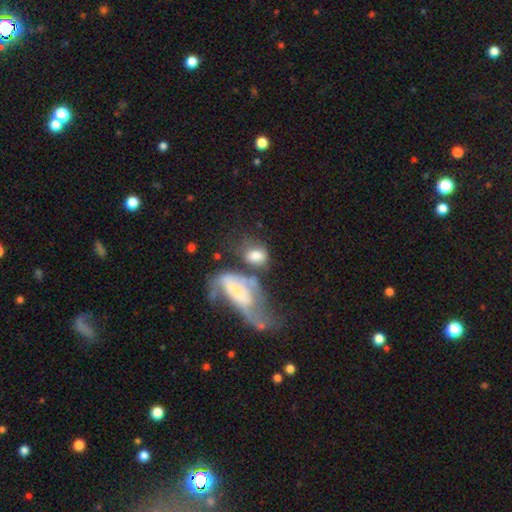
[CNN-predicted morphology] Overall: smooth (63%; featured or disk 28%). How rounded: in between (74%). Merging: merger (47%; none 22%).